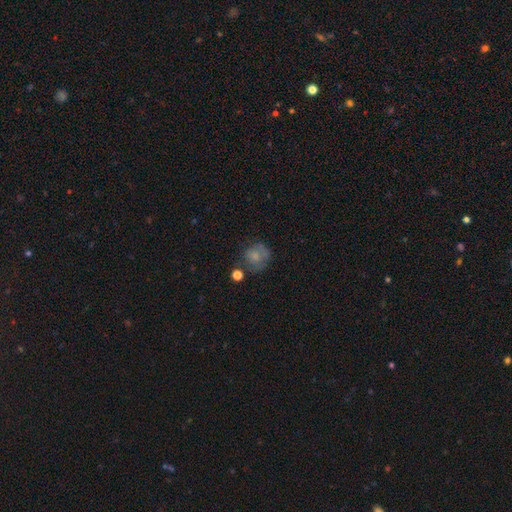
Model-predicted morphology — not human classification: smooth-or-featured: smooth: 71% | featured or disk: 18% | star or artifact: 11%
  how-rounded: round: 80% | in between: 19% | cigar-shaped: 1%
  merging: none: 51% | minor disturbance: 25% | major disturbance: 16% | merger: 8%